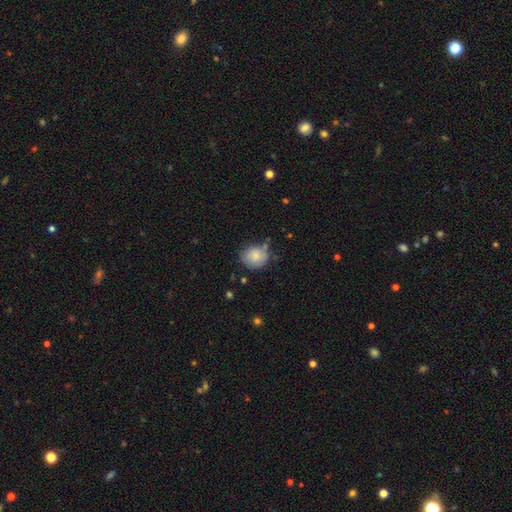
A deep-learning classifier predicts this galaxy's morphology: Overall: smooth (81%). How rounded: round (77%). Merging: none (68%).